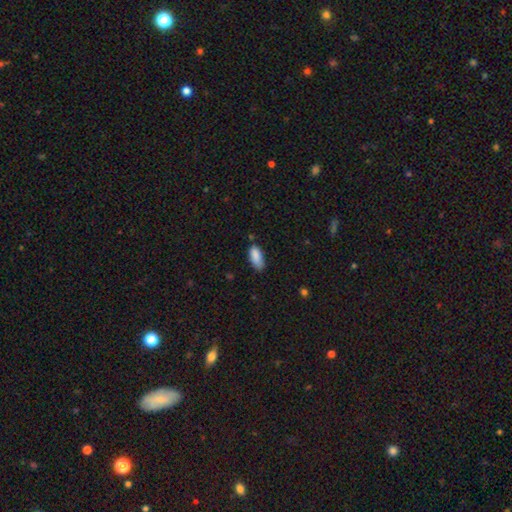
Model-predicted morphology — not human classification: Smooth or featured: smooth — 87% (star or artifact — 7%)
How rounded: in between — 86% (cigar-shaped — 12%)
Merging: none — 62% (minor disturbance — 29%)